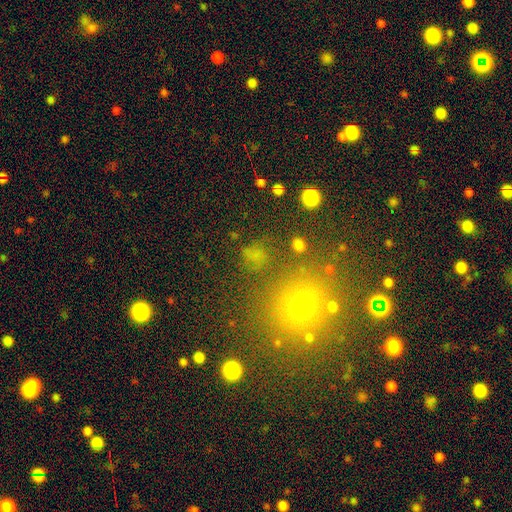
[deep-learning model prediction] Q: Smooth or featured?
A: smooth (61%); runner-up: star or artifact (28%)
Q: How rounded?
A: round (74%); runner-up: in between (24%)
Q: Merging?
A: none (71%); runner-up: minor disturbance (13%)